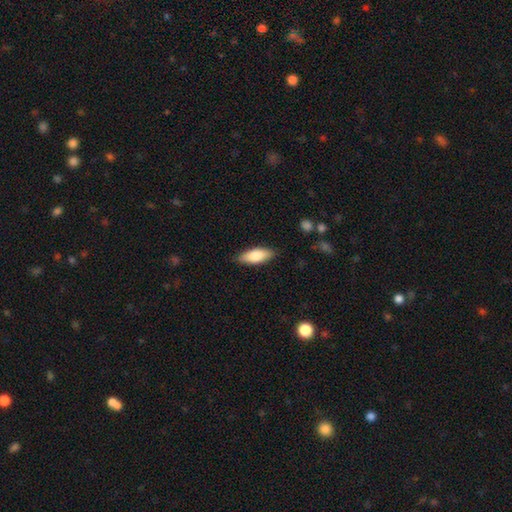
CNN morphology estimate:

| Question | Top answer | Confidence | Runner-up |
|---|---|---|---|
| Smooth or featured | smooth | 80% | featured or disk (14%) |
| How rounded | in between | 73% | cigar-shaped (25%) |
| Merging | none | 86% | minor disturbance (11%) |